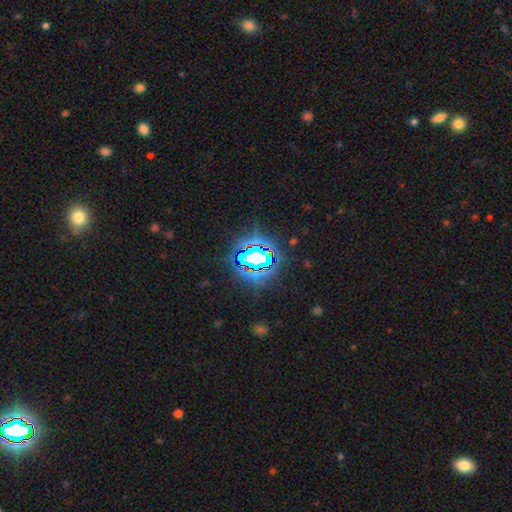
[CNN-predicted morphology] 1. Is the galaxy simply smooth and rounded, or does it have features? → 75% star or artifact, 13% smooth, 12% featured or disk.